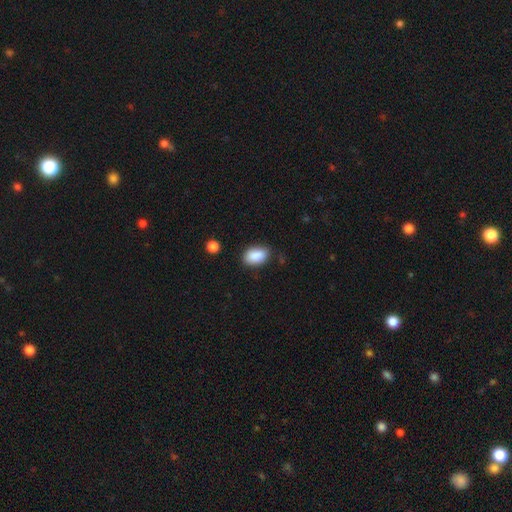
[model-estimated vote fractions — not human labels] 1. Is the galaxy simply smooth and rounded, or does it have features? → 89% smooth, 7% star or artifact, 4% featured or disk.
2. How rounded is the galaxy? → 90% in between, 8% round, 2% cigar-shaped.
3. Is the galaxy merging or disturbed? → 80% none, 15% minor disturbance, 3% major disturbance, 2% merger.